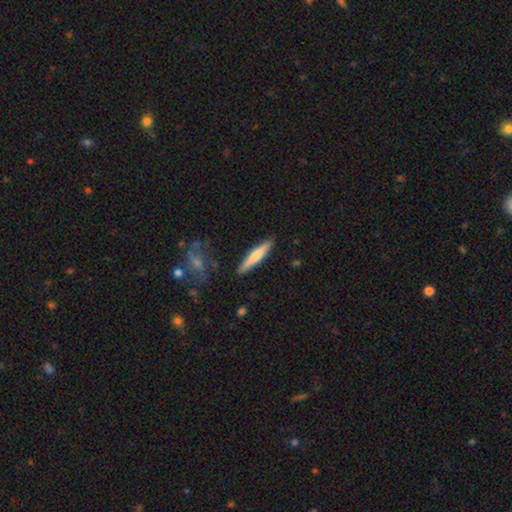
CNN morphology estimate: smooth 66%, featured or disk 29%, star or artifact 5%. Down the decision tree: how rounded — cigar-shaped (90%); merging — none (87%).